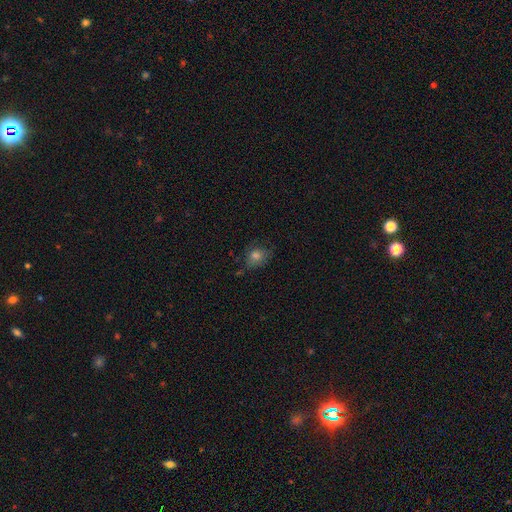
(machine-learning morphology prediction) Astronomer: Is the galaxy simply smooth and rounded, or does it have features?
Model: smooth — 74%.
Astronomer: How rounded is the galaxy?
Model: round — 53% (runner-up: in between, 45%).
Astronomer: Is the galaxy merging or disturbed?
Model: none — 61%.